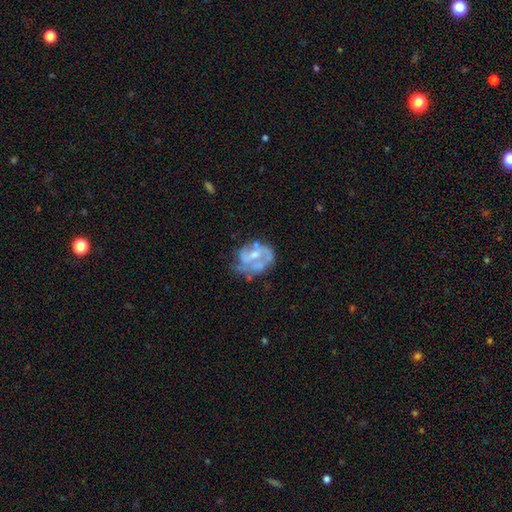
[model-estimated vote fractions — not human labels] Morphology: type=featured or disk (72%); edge-on=no (98%); bar=no (51%); spiral arms=yes (61%); bulge=moderate (47%); merging=none (41%).